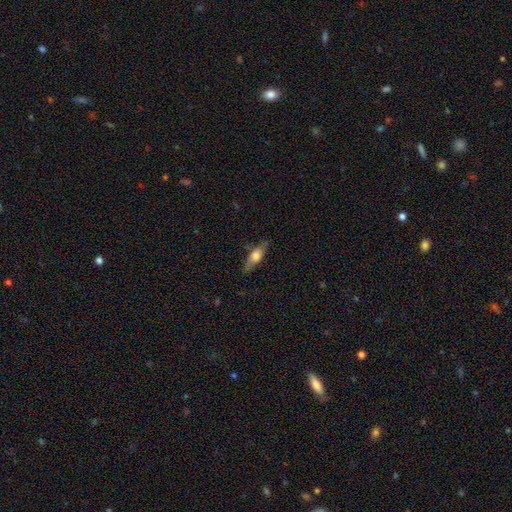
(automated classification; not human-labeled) smooth-or-featured: smooth: 56% | featured or disk: 37% | star or artifact: 7%
  how-rounded: in between: 51% | cigar-shaped: 46% | round: 4%
  merging: none: 78% | minor disturbance: 16% | major disturbance: 4% | merger: 1%